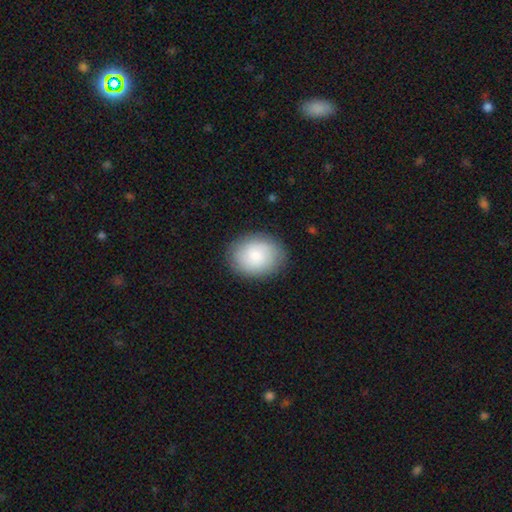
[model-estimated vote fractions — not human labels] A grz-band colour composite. It shows a smooth galaxy with no disk features (80%) that is in between round and cigar-shaped (52%). Merging: none (85%).